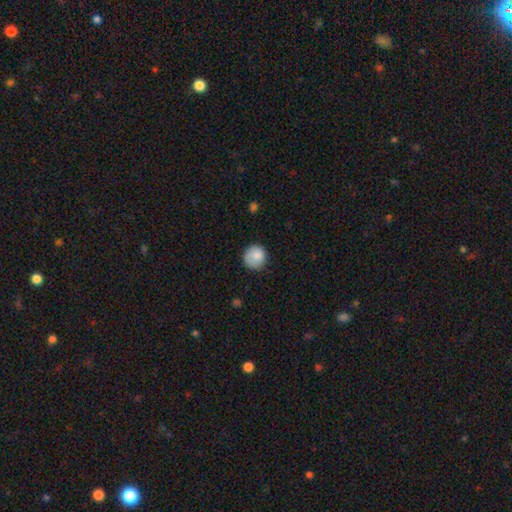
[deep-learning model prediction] Overall: smooth (84%). How rounded: round (90%). Merging: none (77%).